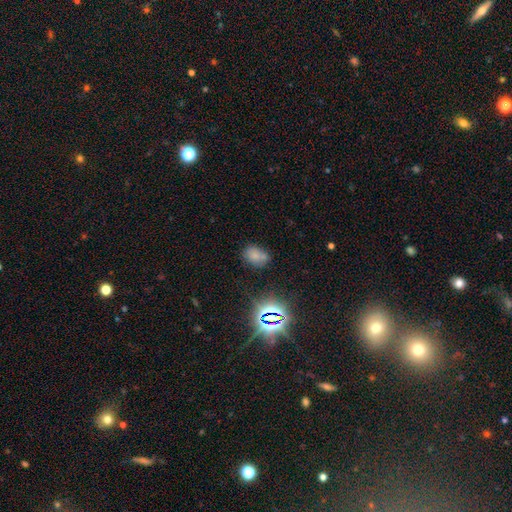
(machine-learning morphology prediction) This appears to be a smooth galaxy with no disk features (67%) that is in between round and cigar-shaped (75%). Merging: none (61%).